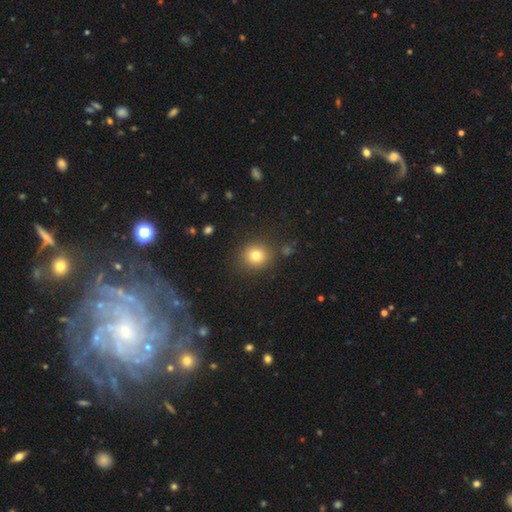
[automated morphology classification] Smooth or featured?
  - smooth: 79% *
  - star or artifact: 13%
  - featured or disk: 8%
How rounded?
  - round: 87% *
  - in between: 12%
  - cigar-shaped: 1%
Merging?
  - none: 86% *
  - minor disturbance: 8%
  - major disturbance: 3%
  - merger: 2%